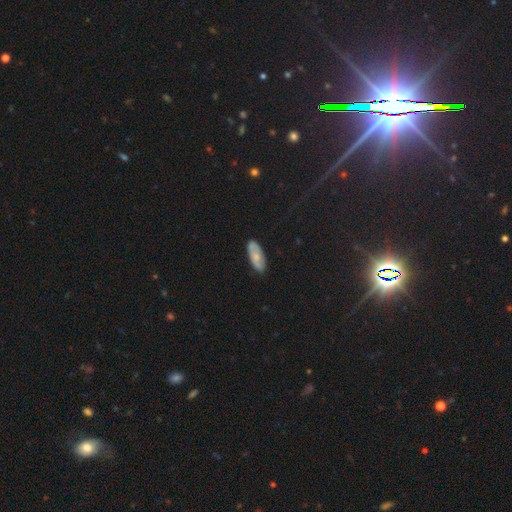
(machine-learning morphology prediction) Q: Smooth or featured?
A: smooth (60%); runner-up: featured or disk (33%)
Q: How rounded?
A: in between (81%); runner-up: cigar-shaped (16%)
Q: Merging?
A: none (82%); runner-up: minor disturbance (14%)